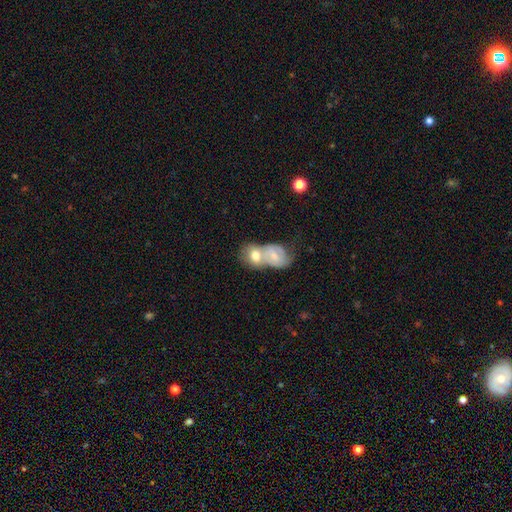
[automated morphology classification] Smooth or featured? Predicted: smooth (p=0.60). How rounded? Predicted: in between (p=0.60). Merging? Predicted: merger (p=0.68).